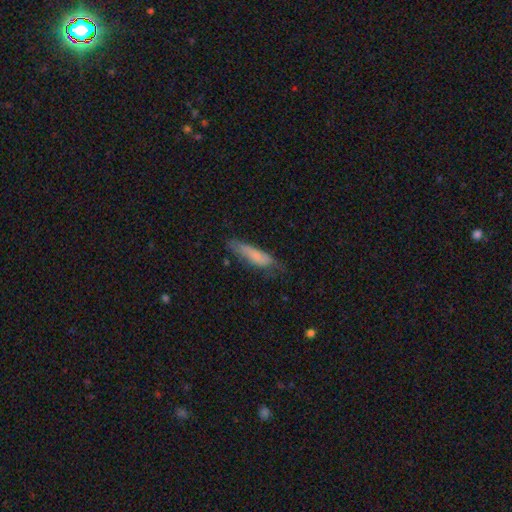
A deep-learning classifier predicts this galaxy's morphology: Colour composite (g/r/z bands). It shows a smooth galaxy with no disk features (72%) that is cigar-shaped (72%). Merging: none (55%).